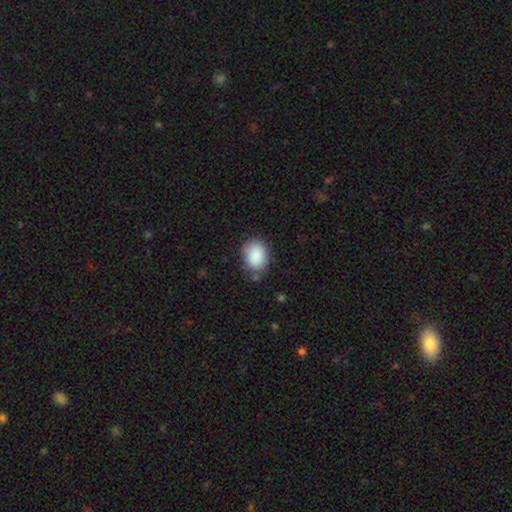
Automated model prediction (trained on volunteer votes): This appears to be a smooth galaxy with no disk features (88%) that is in between round and cigar-shaped (57%). Merging: none (75%).